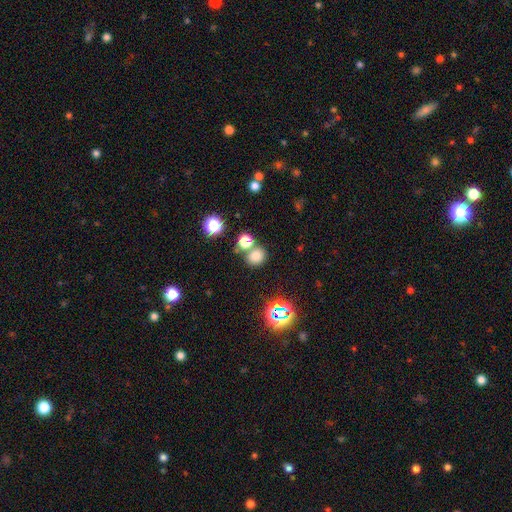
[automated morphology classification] smooth 75%, star or artifact 18%, featured or disk 7%. Down the decision tree: how rounded — round (76%); merging — none (61%).